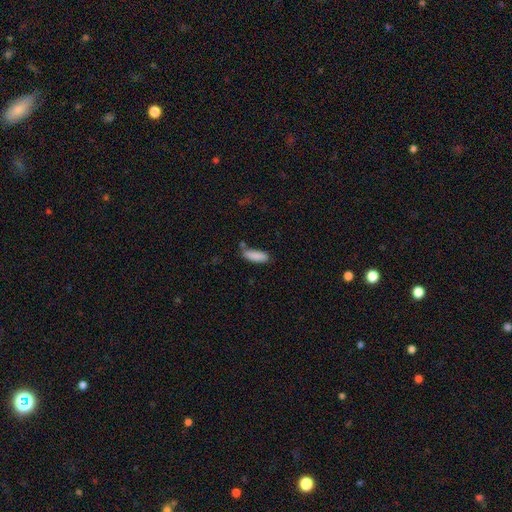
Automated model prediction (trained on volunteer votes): A smooth galaxy with no disk features (87%) that is in between round and cigar-shaped (57%). Merging: none (63%).